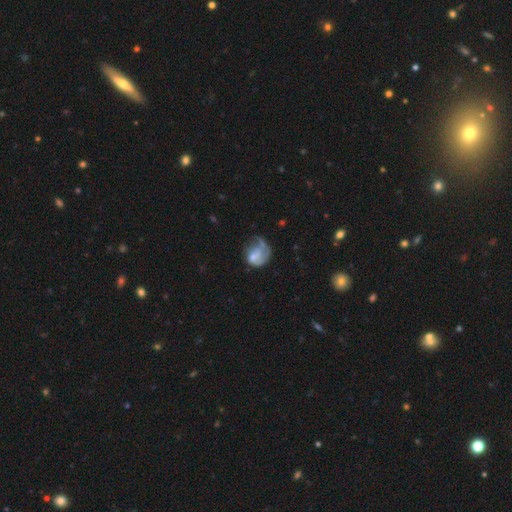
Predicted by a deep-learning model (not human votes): The model was most divided on "bulge size": small: 32%, none: 30%, moderate: 28%, large: 8%, dominant: 2%. Remaining: edge-on disk — no (98%); bar — no (75%); spiral arms — yes (66%); smooth or featured — featured or disk (52%); merging — major disturbance (41%).